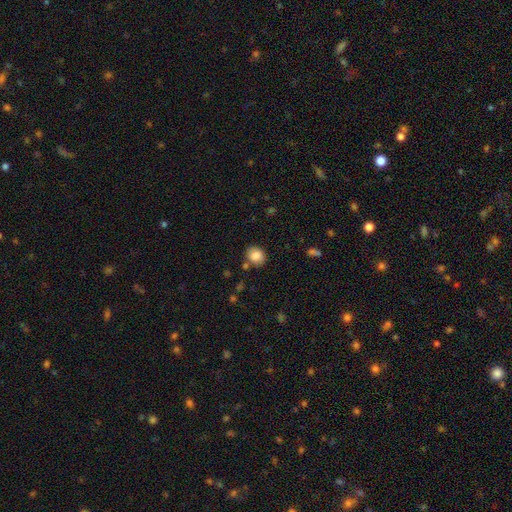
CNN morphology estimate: Overall: smooth (84%). How rounded: round (60%; in between 39%). Merging: none (79%).